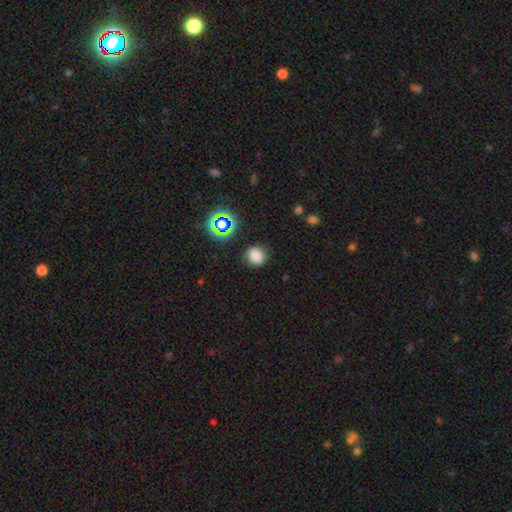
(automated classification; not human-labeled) Smooth or featured: smooth — 78% (star or artifact — 17%)
How rounded: round — 83% (in between — 16%)
Merging: none — 86% (minor disturbance — 9%)